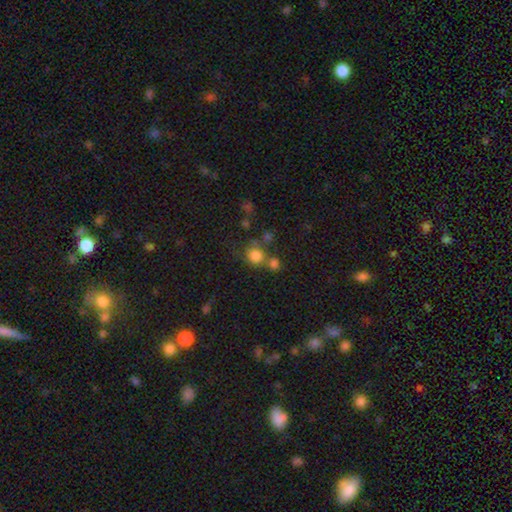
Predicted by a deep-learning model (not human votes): A smooth galaxy with no disk features (79%) that is round (86%).

Vote fractions:
- Smooth or featured? smooth: 79% / star or artifact: 13% / featured or disk: 8%
- How rounded? round: 86% / in between: 13% / cigar-shaped: 1%
- Merging? none: 56% / merger: 27% / minor disturbance: 11% / major disturbance: 6%